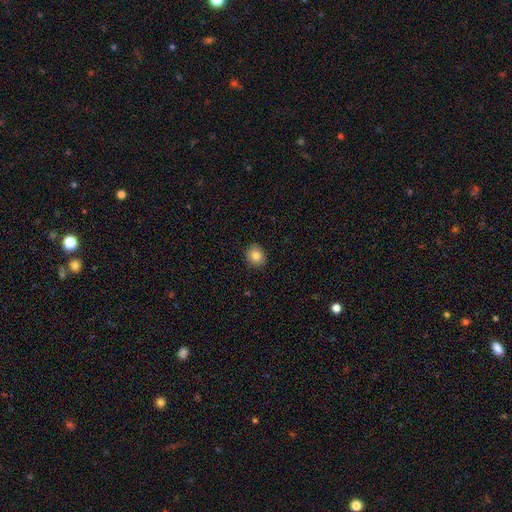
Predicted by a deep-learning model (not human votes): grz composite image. It shows a smooth galaxy with no disk features (83%) that is round (70%). Merging: none (89%).